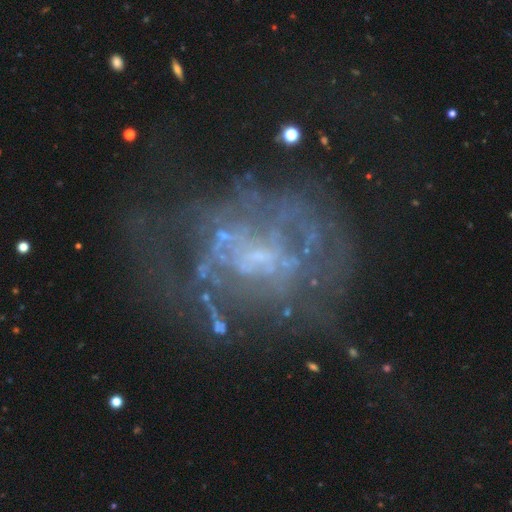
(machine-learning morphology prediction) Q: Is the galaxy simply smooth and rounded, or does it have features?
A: featured or disk — 72%.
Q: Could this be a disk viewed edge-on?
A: no — 98%.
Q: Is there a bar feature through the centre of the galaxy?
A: no — 70%.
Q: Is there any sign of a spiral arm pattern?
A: no — 51%.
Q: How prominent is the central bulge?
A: small — 46%.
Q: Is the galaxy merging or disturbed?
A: none — 48%.